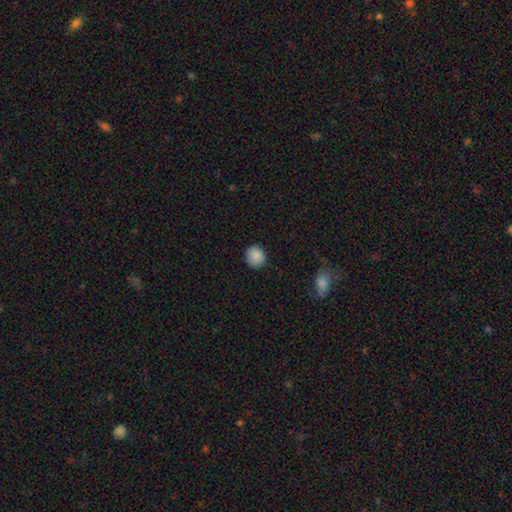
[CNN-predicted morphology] Smooth or featured: smooth — 88% (star or artifact — 8%)
How rounded: round — 88% (in between — 11%)
Merging: none — 86% (minor disturbance — 10%)